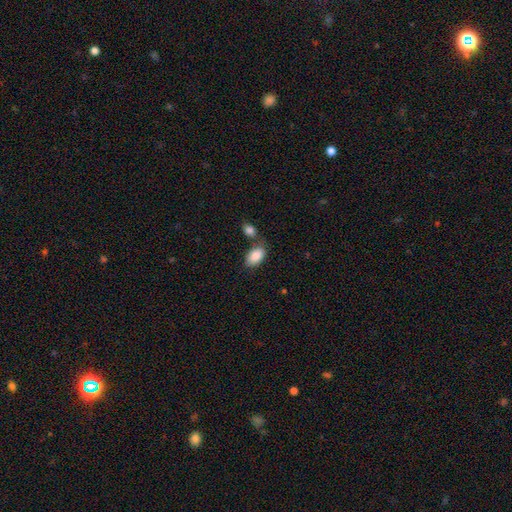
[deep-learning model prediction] smooth_or_featured: smooth (p=0.87) [alt: star or artifact p=0.07]
how_rounded: in between (p=0.93) [alt: round p=0.06]
merging: none (p=0.60) [alt: merger p=0.21]